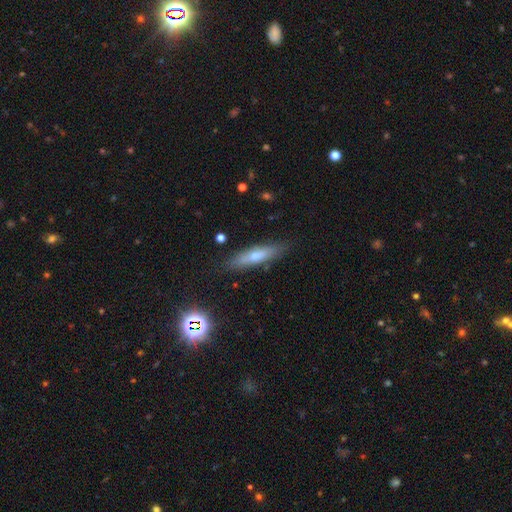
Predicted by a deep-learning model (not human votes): smooth 57%, featured or disk 34%, star or artifact 9%. Down the decision tree: how rounded — cigar-shaped (78%); merging — none (84%).